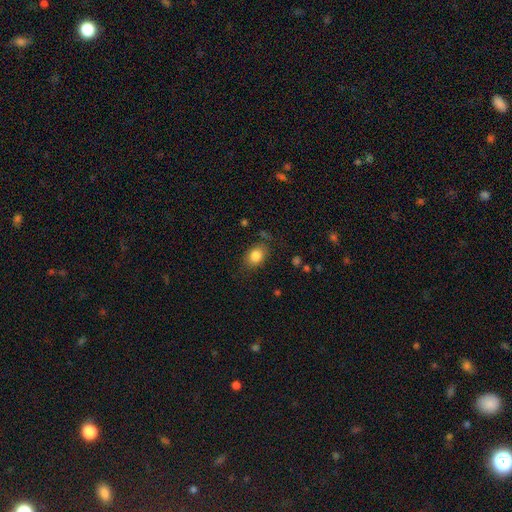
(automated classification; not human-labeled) smooth_or_featured: smooth (p=0.84) [alt: star or artifact p=0.09]
how_rounded: in between (p=0.62) [alt: round p=0.37]
merging: none (p=0.78) [alt: minor disturbance p=0.15]